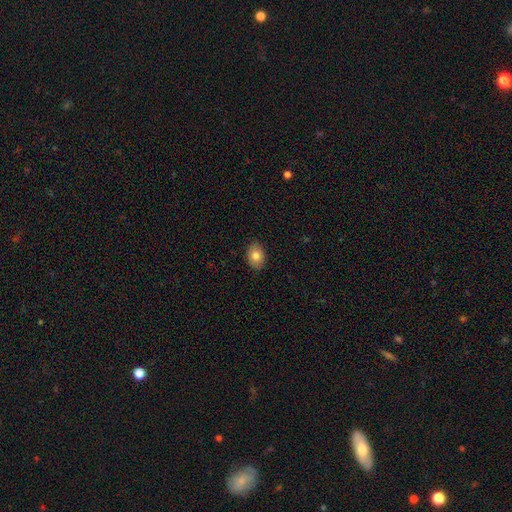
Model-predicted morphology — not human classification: Q: Smooth or featured?
A: smooth (82%); runner-up: featured or disk (10%)
Q: How rounded?
A: in between (74%); runner-up: round (25%)
Q: Merging?
A: none (88%); runner-up: minor disturbance (9%)